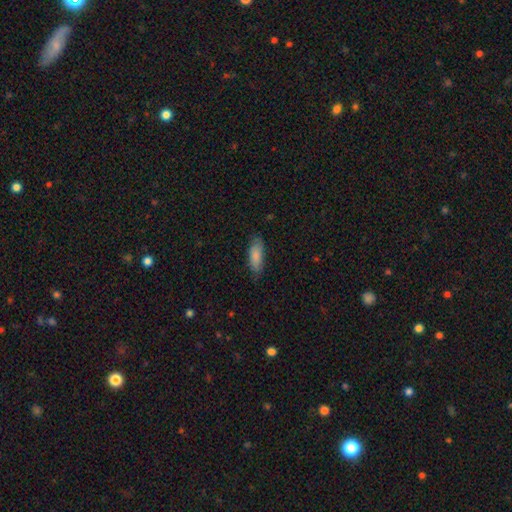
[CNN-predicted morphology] This appears to be a smooth galaxy with no disk features (85%) that is in between round and cigar-shaped (70%). Merging: none (79%).